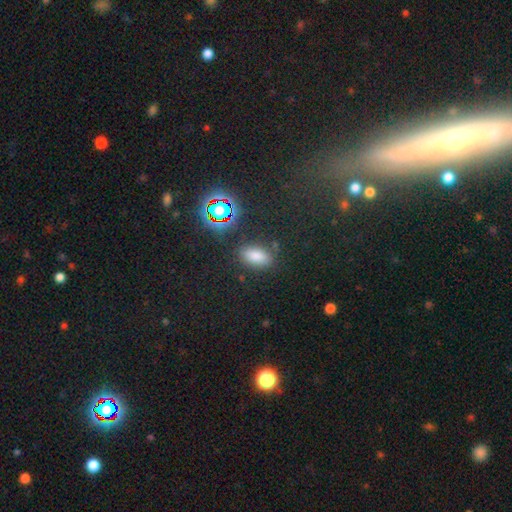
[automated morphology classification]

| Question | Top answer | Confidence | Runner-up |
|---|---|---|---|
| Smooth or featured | smooth | 69% | star or artifact (24%) |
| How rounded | in between | 86% | round (7%) |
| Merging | none | 85% | minor disturbance (9%) |